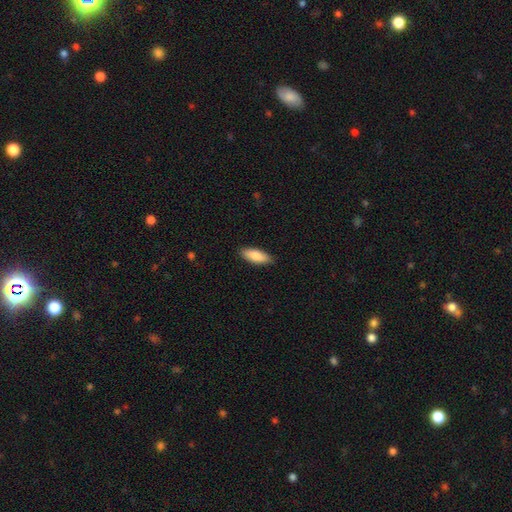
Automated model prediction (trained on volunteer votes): A smooth galaxy with no disk features (86%) that is in between round and cigar-shaped (71%).

Vote fractions:
- Smooth or featured? smooth: 86% / featured or disk: 9% / star or artifact: 6%
- How rounded? in between: 71% / cigar-shaped: 27% / round: 2%
- Merging? none: 88% / minor disturbance: 9% / major disturbance: 2% / merger: 1%